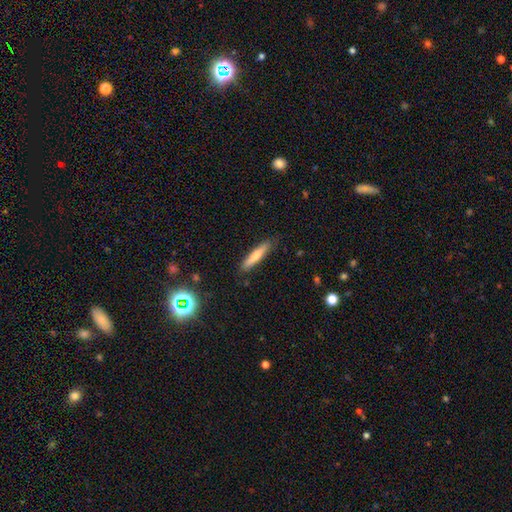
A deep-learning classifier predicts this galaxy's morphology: This is likely a smooth galaxy (61%). How rounded: clearly cigar-shaped (87%). Merging: clearly none (86%).